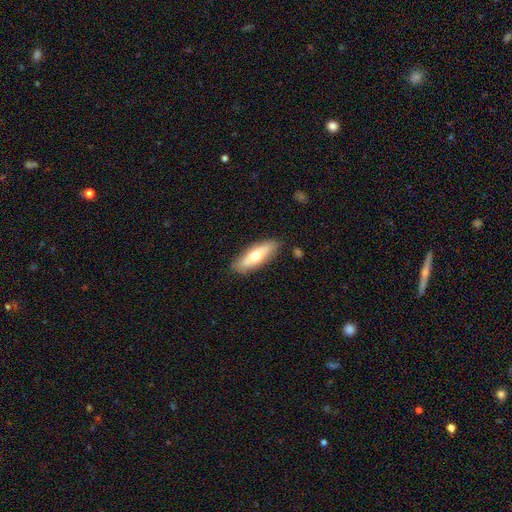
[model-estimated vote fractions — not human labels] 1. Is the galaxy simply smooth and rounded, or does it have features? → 59% smooth, 35% featured or disk, 6% star or artifact.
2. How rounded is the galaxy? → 62% in between, 36% cigar-shaped, 2% round.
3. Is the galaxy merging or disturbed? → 85% none, 11% minor disturbance, 2% major disturbance, 2% merger.